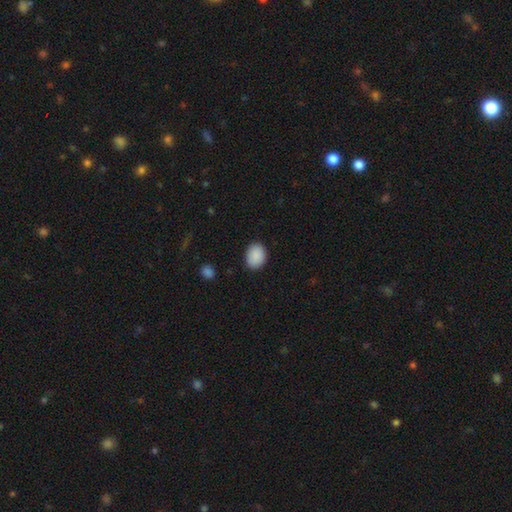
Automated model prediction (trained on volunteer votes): Smooth or featured? Predicted: smooth (p=0.90). How rounded? Predicted: in between (p=0.64). Merging? Predicted: none (p=0.88).